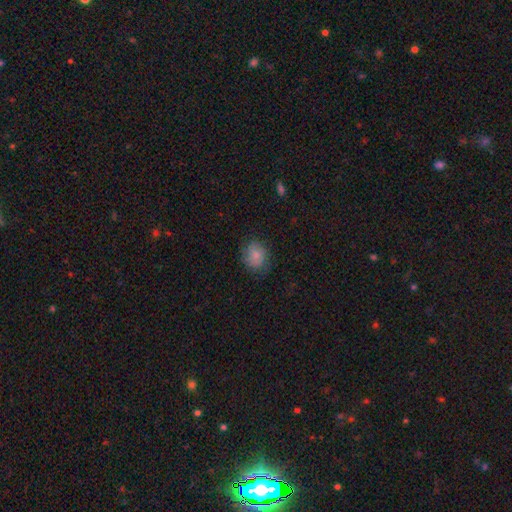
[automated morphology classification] This appears to be a smooth galaxy with no disk features (82%) that is round (71%). Merging: none (74%).